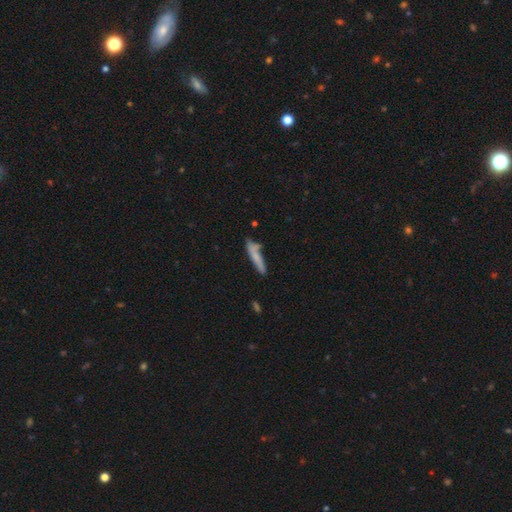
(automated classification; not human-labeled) Smooth or featured? Predicted: smooth (p=0.69). How rounded? Predicted: cigar-shaped (p=0.87). Merging? Predicted: none (p=0.64).